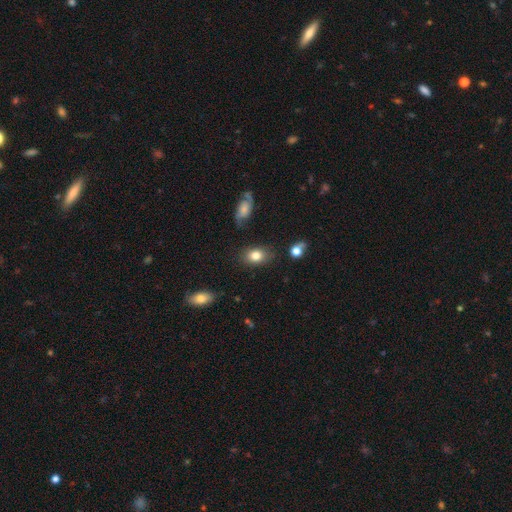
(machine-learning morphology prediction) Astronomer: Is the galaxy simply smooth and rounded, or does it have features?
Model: smooth — 81%.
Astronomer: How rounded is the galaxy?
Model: in between — 77%.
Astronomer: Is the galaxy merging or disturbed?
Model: none — 80%.